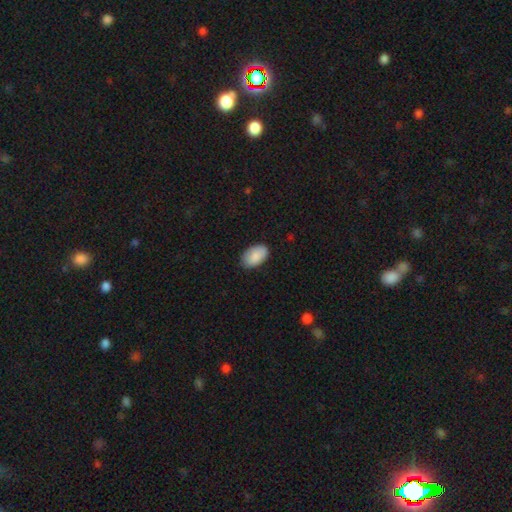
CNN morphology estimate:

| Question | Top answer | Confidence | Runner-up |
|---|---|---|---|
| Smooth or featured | smooth | 89% | star or artifact (6%) |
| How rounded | in between | 92% | round (6%) |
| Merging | none | 83% | minor disturbance (13%) |